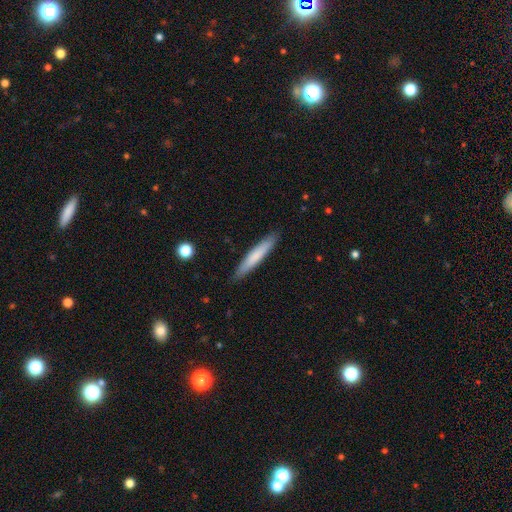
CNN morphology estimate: Q: Smooth or featured?
A: smooth (71%); runner-up: featured or disk (23%)
Q: How rounded?
A: cigar-shaped (93%); runner-up: in between (5%)
Q: Merging?
A: none (89%); runner-up: minor disturbance (8%)